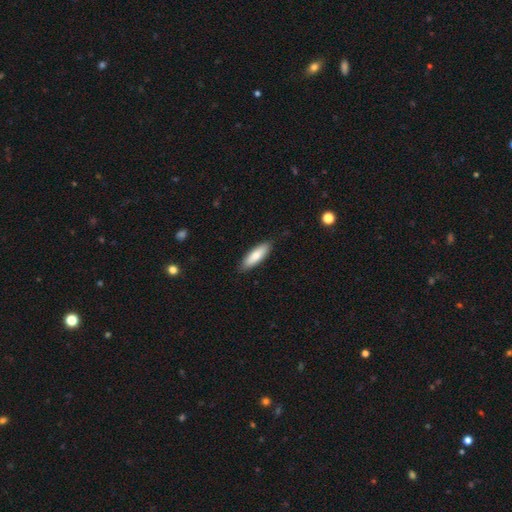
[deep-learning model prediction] This appears to be a smooth galaxy with no disk features (77%) that is in between round and cigar-shaped (51%). Merging: none (87%).